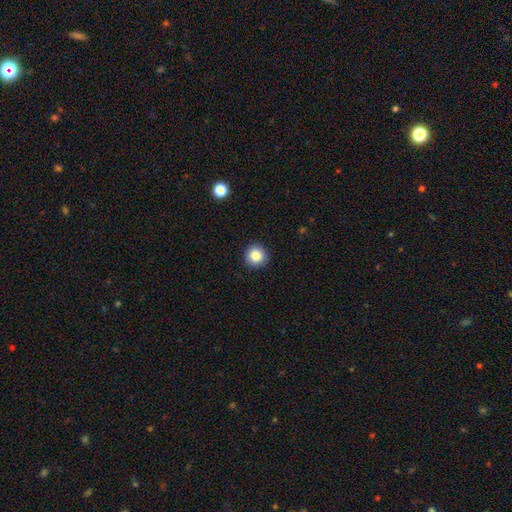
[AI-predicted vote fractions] This is clearly a smooth galaxy (86%). How rounded: clearly round (94%). Merging: clearly none (90%).